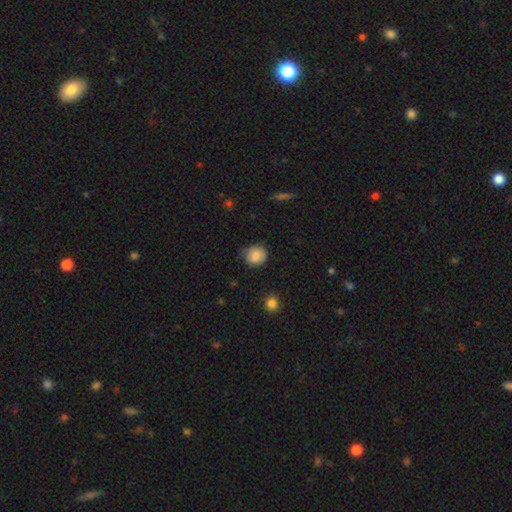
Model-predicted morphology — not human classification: Smooth or featured: smooth — 78% (featured or disk — 14%)
How rounded: round — 75% (in between — 24%)
Merging: none — 63% (minor disturbance — 29%)